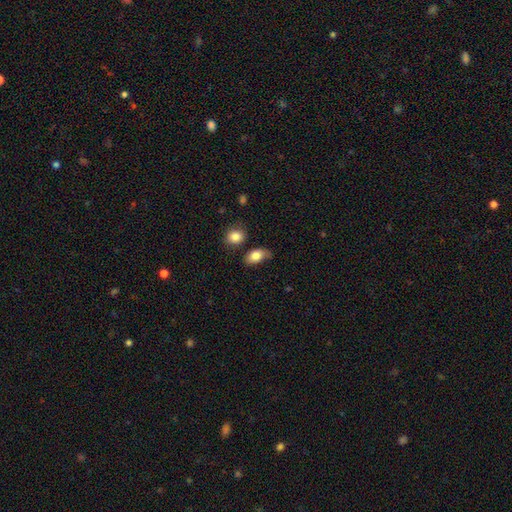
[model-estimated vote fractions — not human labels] smooth-or-featured: smooth: 83% | featured or disk: 9% | star or artifact: 8%
  how-rounded: in between: 88% | round: 10% | cigar-shaped: 2%
  merging: none: 56% | minor disturbance: 30% | major disturbance: 8% | merger: 7%